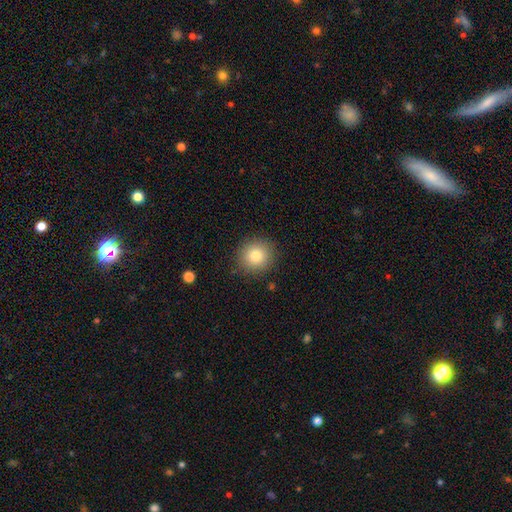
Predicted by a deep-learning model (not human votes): Smooth or featured?
  - smooth: 81% *
  - star or artifact: 11%
  - featured or disk: 8%
How rounded?
  - round: 91% *
  - in between: 8%
  - cigar-shaped: 1%
Merging?
  - none: 89% *
  - minor disturbance: 7%
  - major disturbance: 2%
  - merger: 1%